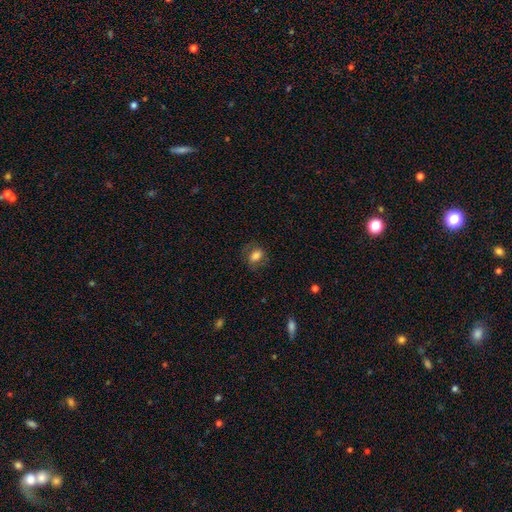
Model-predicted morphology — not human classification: smooth-or-featured: smooth: 75% | featured or disk: 16% | star or artifact: 9%
  how-rounded: in between: 74% | round: 24% | cigar-shaped: 2%
  merging: none: 71% | minor disturbance: 18% | major disturbance: 10% | merger: 1%